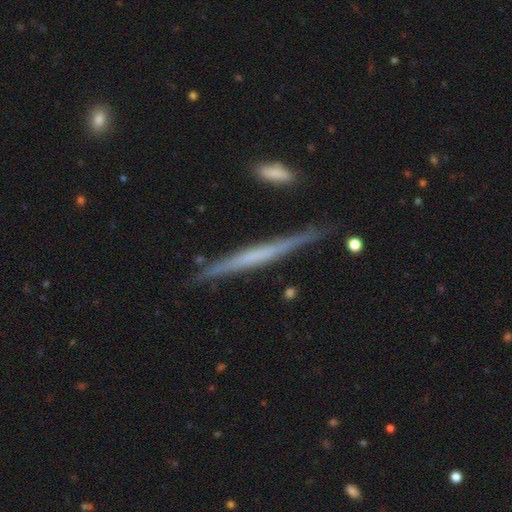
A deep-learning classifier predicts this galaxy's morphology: This appears to be a featured or disk galaxy (62%) viewed edge-on (97%) with no central bulge (80%). Merging: none (84%).